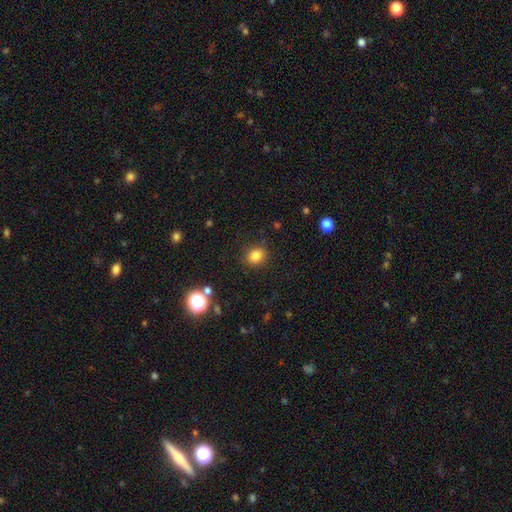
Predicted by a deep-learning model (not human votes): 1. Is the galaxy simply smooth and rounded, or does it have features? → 82% smooth, 12% star or artifact, 6% featured or disk.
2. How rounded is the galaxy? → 57% round, 42% in between, 1% cigar-shaped.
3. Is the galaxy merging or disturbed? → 87% none, 9% minor disturbance, 3% major disturbance, 1% merger.